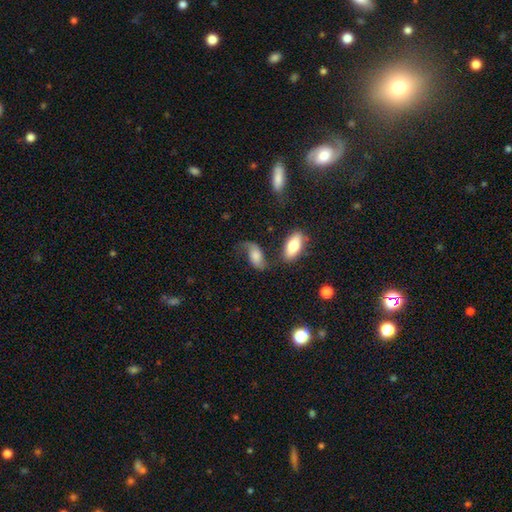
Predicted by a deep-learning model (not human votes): The model was most divided on "smooth or featured": featured or disk: 48%, smooth: 42%, star or artifact: 9%. More confident: merging — none (50%).